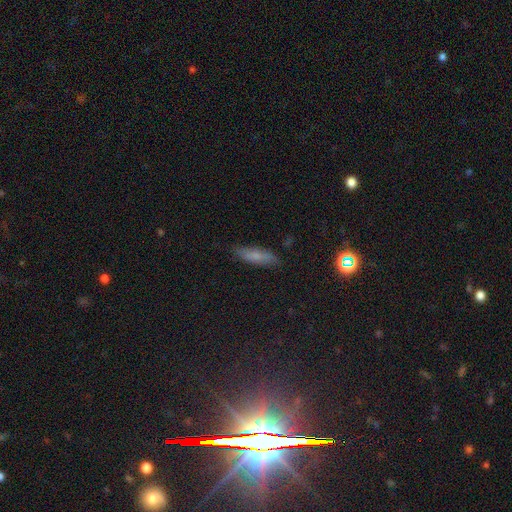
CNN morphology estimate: A smooth galaxy with no disk features (68%) that is cigar-shaped (59%). Merging: none (81%).